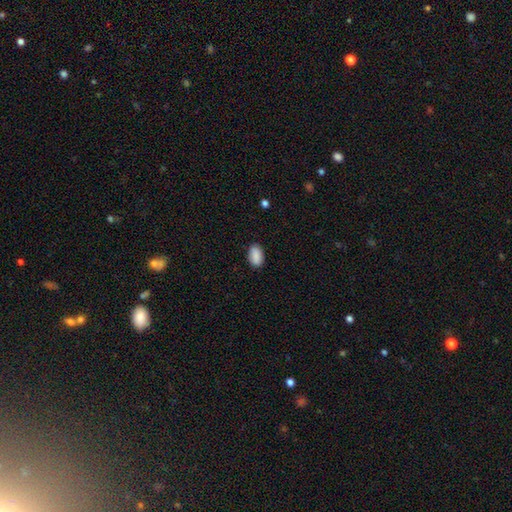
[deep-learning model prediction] Overall: smooth (89%). How rounded: in between (93%). Merging: none (86%).